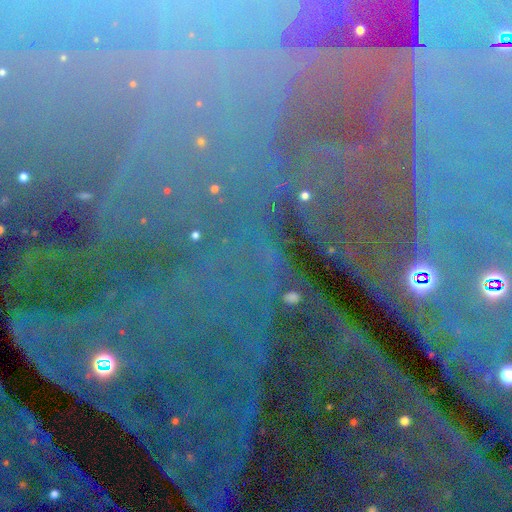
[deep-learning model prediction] Smooth or featured?
  - star or artifact: 87% *
  - featured or disk: 7%
  - smooth: 6%